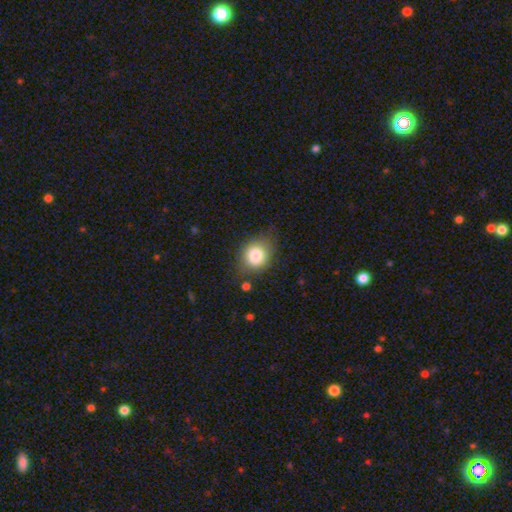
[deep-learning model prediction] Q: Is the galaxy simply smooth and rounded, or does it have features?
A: smooth — 82%.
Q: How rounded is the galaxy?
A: round — 64%.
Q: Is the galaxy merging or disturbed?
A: none — 68%.